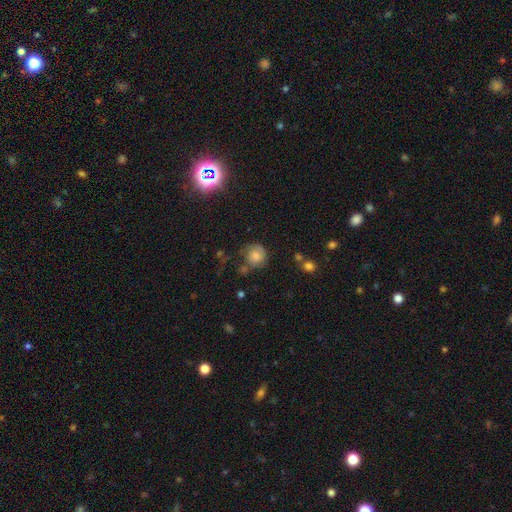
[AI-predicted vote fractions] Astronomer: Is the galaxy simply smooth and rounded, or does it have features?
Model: smooth — 67%.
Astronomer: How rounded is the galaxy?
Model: round — 85%.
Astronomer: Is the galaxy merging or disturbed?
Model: none — 58%.